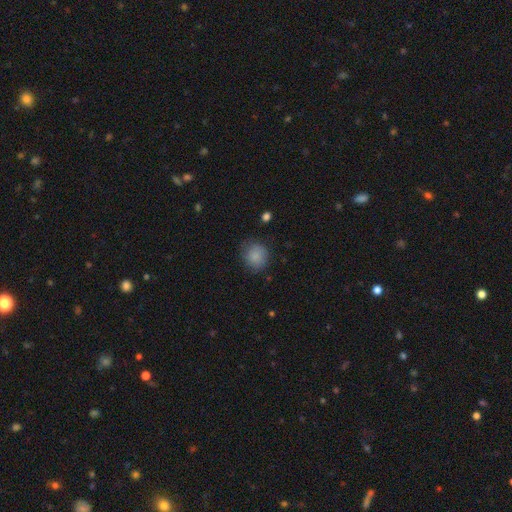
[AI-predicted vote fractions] The model was most divided on "merging": none: 74%, minor disturbance: 20%, major disturbance: 5%, merger: 1%. More confident: smooth or featured — smooth (84%); how rounded — round (84%).